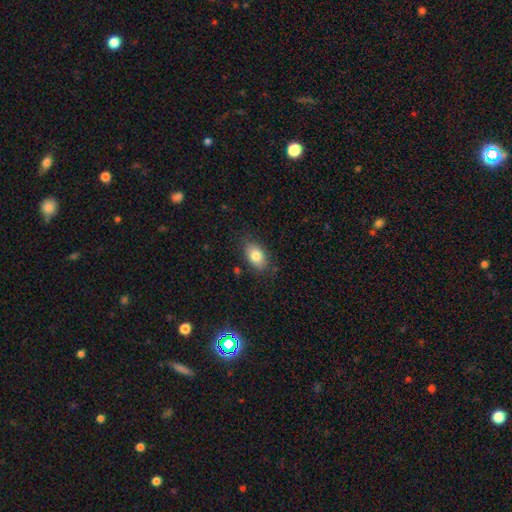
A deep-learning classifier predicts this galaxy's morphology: type=smooth (81%); roundness=in between (88%); merging=none (80%).